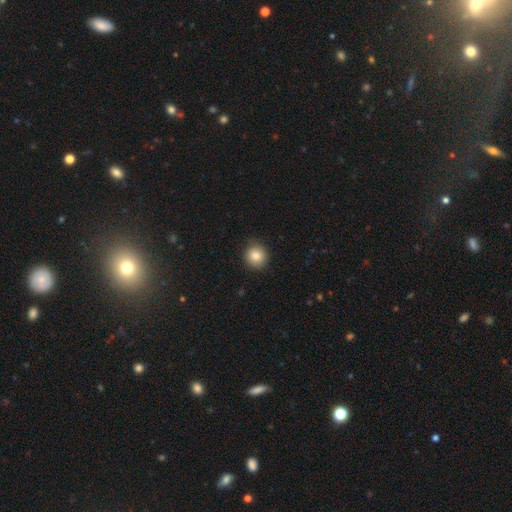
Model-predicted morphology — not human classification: Smooth or featured? Predicted: smooth (p=0.82). How rounded? Predicted: round (p=0.91). Merging? Predicted: none (p=0.88).